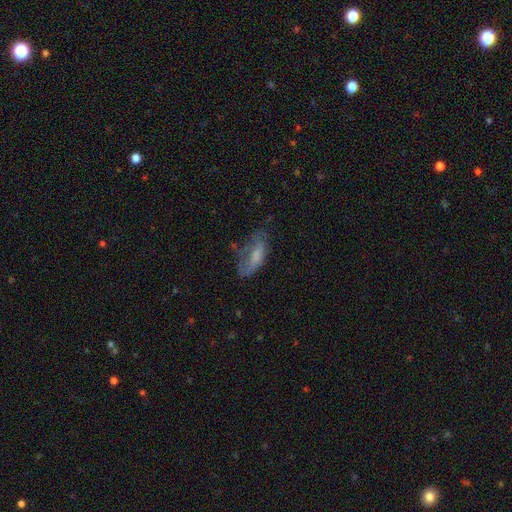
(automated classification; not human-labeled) Smooth or featured? smooth (56%)
How rounded? in between (71%)
Merging? none (38%)